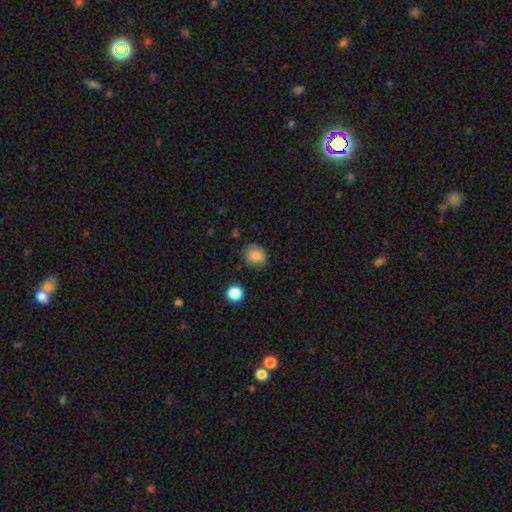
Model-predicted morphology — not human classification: A smooth galaxy with no disk features (82%) that is round (68%). Merging: none (80%).